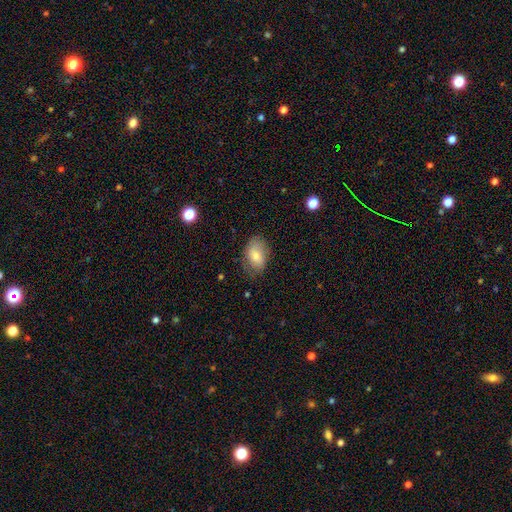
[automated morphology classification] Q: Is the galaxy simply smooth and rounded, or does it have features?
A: smooth — 69%.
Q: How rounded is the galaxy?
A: in between — 87%.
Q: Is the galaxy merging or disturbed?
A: none — 73%.